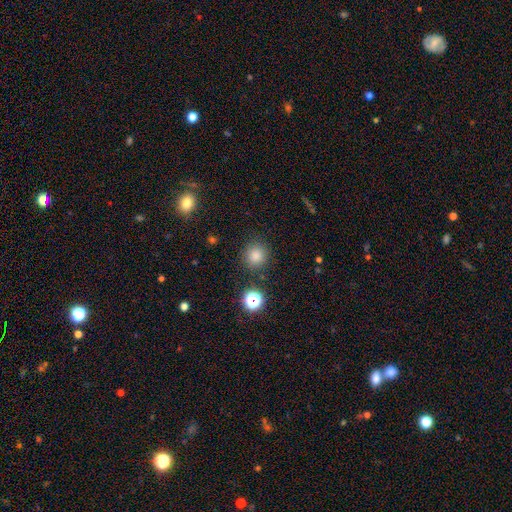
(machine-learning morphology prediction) Smooth or featured: smooth — 80% (star or artifact — 15%)
How rounded: round — 92% (in between — 7%)
Merging: none — 86% (minor disturbance — 8%)